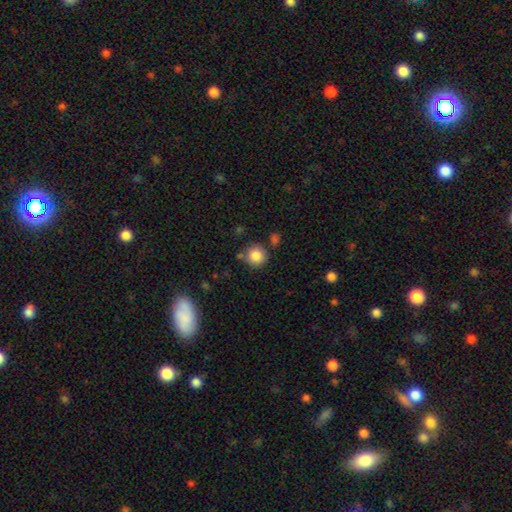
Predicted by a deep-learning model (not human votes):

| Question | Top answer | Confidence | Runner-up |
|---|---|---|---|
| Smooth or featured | smooth | 85% | star or artifact (9%) |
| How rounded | round | 93% | in between (7%) |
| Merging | none | 80% | minor disturbance (10%) |